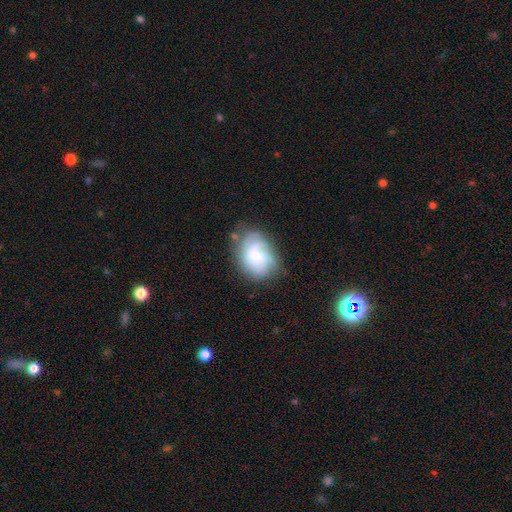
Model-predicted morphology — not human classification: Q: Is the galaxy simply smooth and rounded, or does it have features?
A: smooth — 50%.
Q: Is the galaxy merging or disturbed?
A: none — 54%.